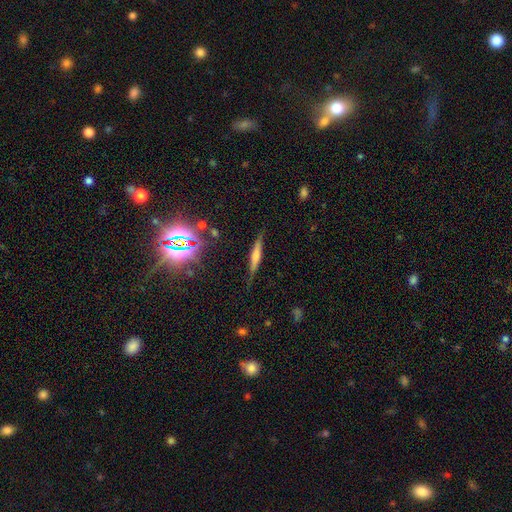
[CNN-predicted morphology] smooth_or_featured: smooth (p=0.46) [alt: featured or disk p=0.41]
merging: none (p=0.80) [alt: minor disturbance p=0.14]